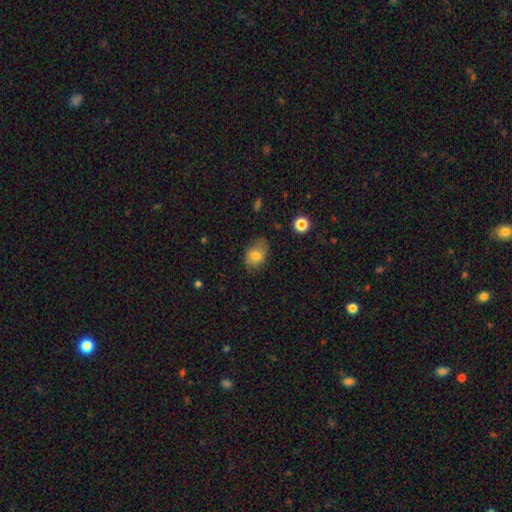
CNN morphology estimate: Overall: smooth (77%). How rounded: in between (74%). Merging: none (69%).